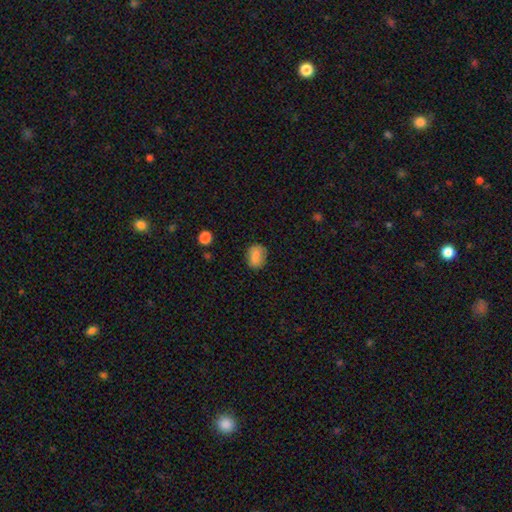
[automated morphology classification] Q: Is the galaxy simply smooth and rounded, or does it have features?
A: smooth — 80%.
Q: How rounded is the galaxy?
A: in between — 59%.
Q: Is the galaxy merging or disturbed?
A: none — 76%.